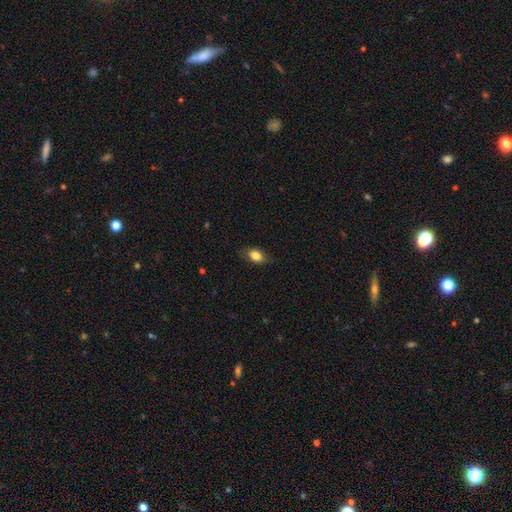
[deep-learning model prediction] A smooth galaxy with no disk features (82%) that is in between round and cigar-shaped (85%).

Vote fractions:
- Smooth or featured? smooth: 82% / featured or disk: 10% / star or artifact: 8%
- How rounded? in between: 85% / round: 11% / cigar-shaped: 4%
- Merging? none: 79% / minor disturbance: 16% / major disturbance: 4% / merger: 1%